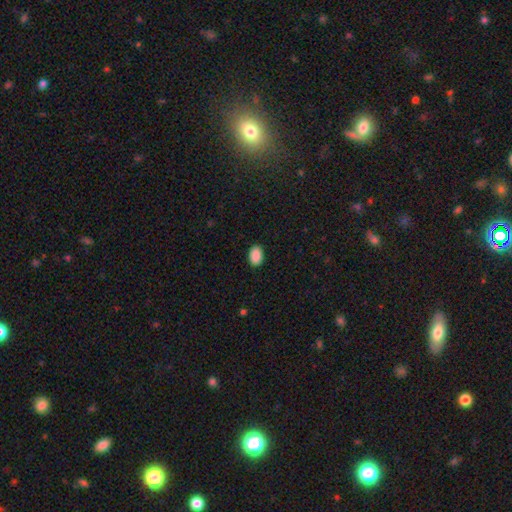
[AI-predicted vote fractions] Overall: smooth (90%). How rounded: in between (90%). Merging: none (89%).